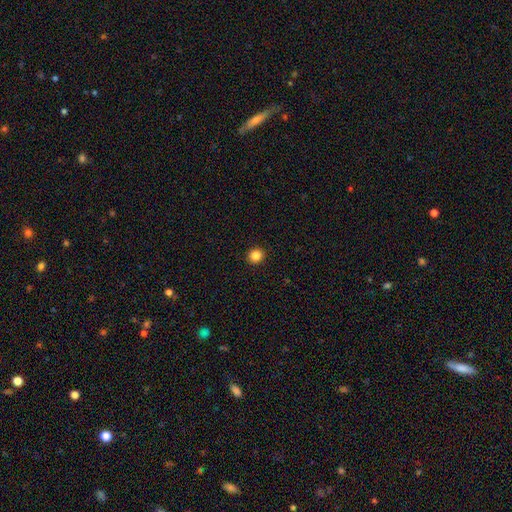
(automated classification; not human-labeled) smooth-or-featured: smooth: 85% | star or artifact: 11% | featured or disk: 4%
  how-rounded: round: 87% | in between: 12% | cigar-shaped: 1%
  merging: none: 93% | minor disturbance: 4% | major disturbance: 1% | merger: 1%